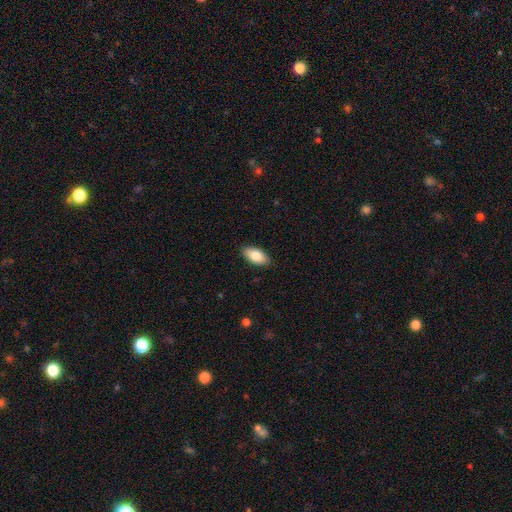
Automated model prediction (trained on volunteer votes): Smooth or featured? Predicted: smooth (p=0.81). How rounded? Predicted: in between (p=0.91). Merging? Predicted: none (p=0.88).